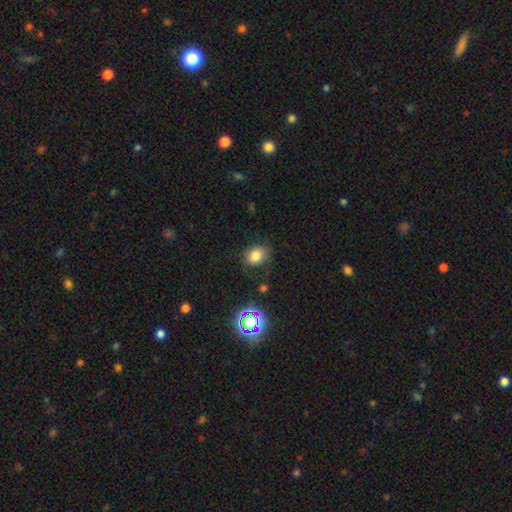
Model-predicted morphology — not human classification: smooth 76%, star or artifact 15%, featured or disk 9%. Down the decision tree: how rounded — round (62%); merging — none (75%).